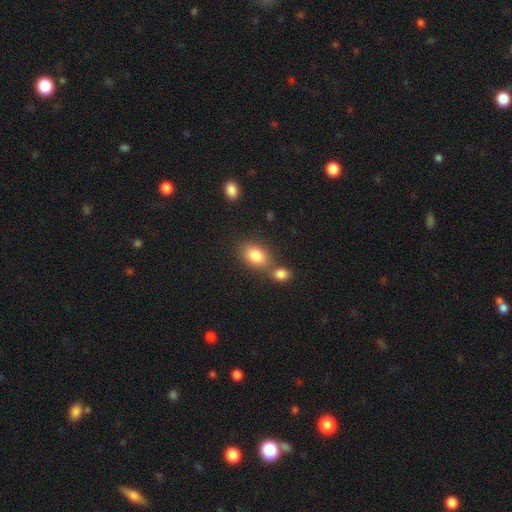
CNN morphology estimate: type=smooth (83%); roundness=in between (79%); merging=none (53%).